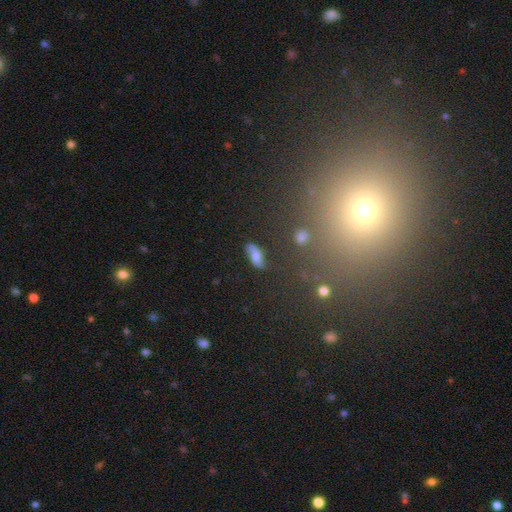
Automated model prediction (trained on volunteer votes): The model was most divided on "smooth or featured": smooth: 51%, featured or disk: 37%, star or artifact: 12%. More confident: merging — none (69%); how rounded — in between (68%).